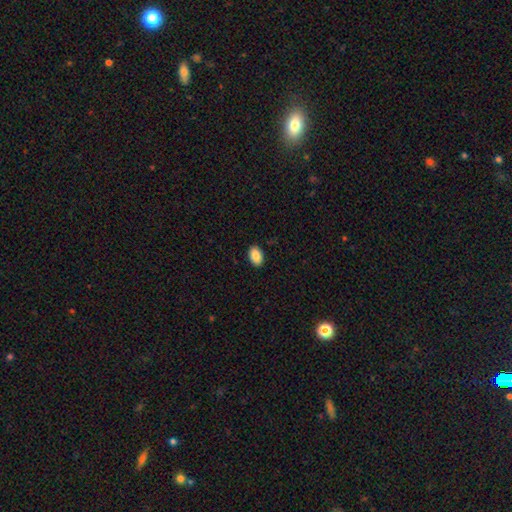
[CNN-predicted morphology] This is clearly a smooth galaxy (88%). How rounded: clearly in between (91%). Merging: clearly none (90%).